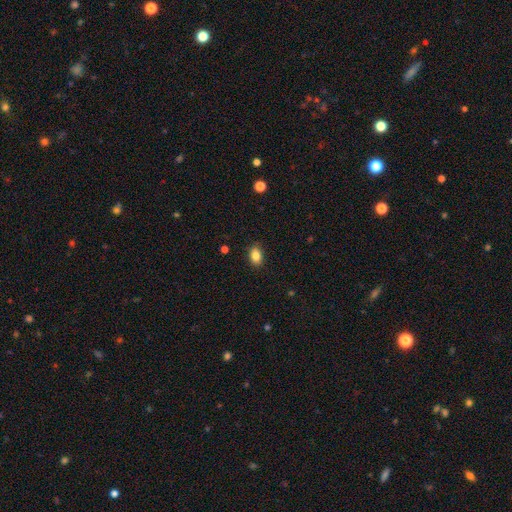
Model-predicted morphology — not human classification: Overall: smooth (85%). How rounded: in between (83%). Merging: none (87%).